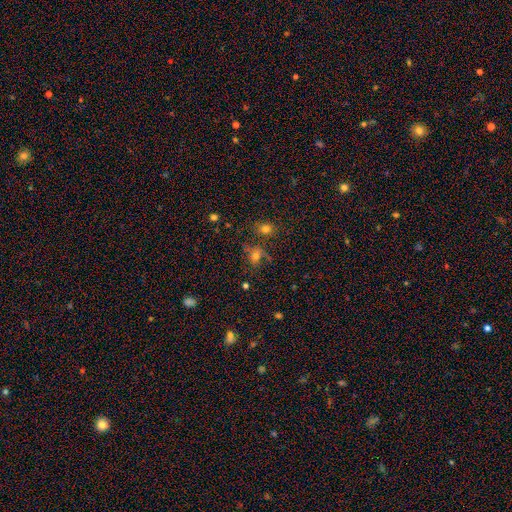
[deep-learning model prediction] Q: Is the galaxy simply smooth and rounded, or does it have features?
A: smooth — 60%.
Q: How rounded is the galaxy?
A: round — 60%.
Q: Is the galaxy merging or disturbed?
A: none — 53%.